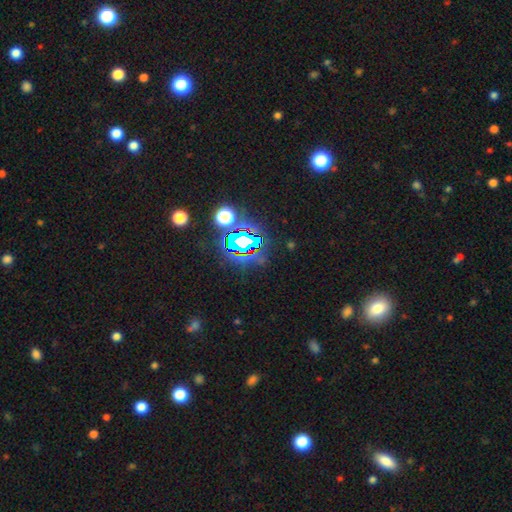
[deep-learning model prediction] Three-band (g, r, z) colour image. It shows a star or artifact, not a galaxy (78%).